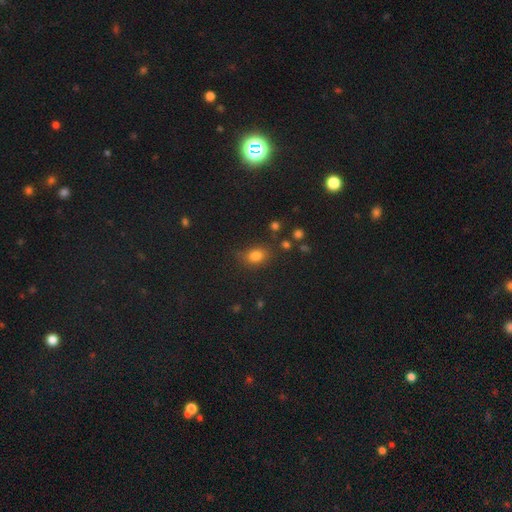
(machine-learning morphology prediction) This appears to be a smooth galaxy with no disk features (79%) that is in between round and cigar-shaped (66%). Merging: none (74%).